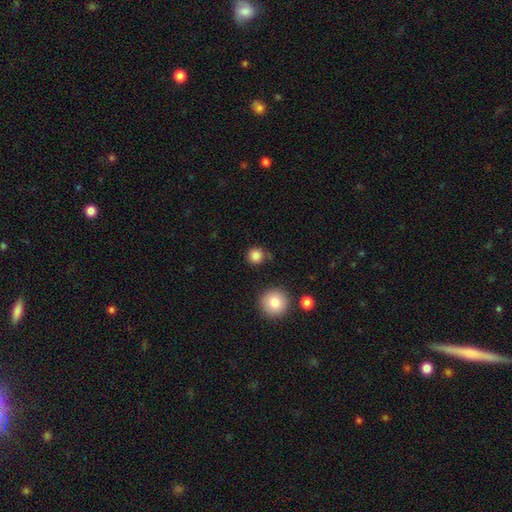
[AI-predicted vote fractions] smooth-or-featured: smooth: 84% | star or artifact: 12% | featured or disk: 4%
  how-rounded: round: 94% | in between: 6% | cigar-shaped: 1%
  merging: none: 83% | minor disturbance: 10% | merger: 4% | major disturbance: 3%